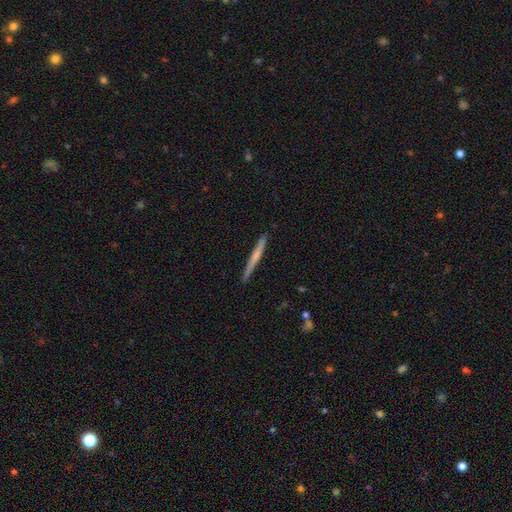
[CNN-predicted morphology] smooth_or_featured: featured or disk (p=0.54) [alt: smooth p=0.41]
disk_edge_on: yes (p=0.98) [alt: no p=0.02]
edge_on_bulge: none (p=0.47) [tied with: rounded p=0.47]
merging: none (p=0.90) [alt: minor disturbance p=0.07]